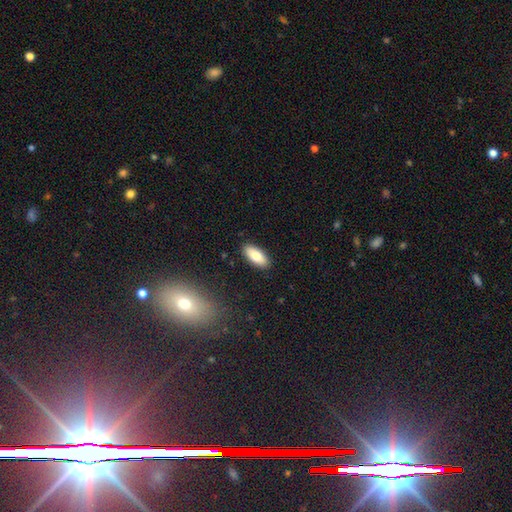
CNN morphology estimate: type=smooth (81%); roundness=in between (84%); merging=none (90%).